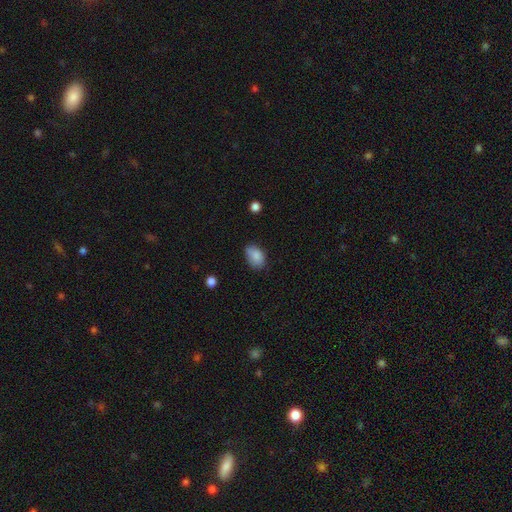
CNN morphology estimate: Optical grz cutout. It shows a smooth galaxy with no disk features (85%) that is in between round and cigar-shaped (84%). Merging: none (65%).